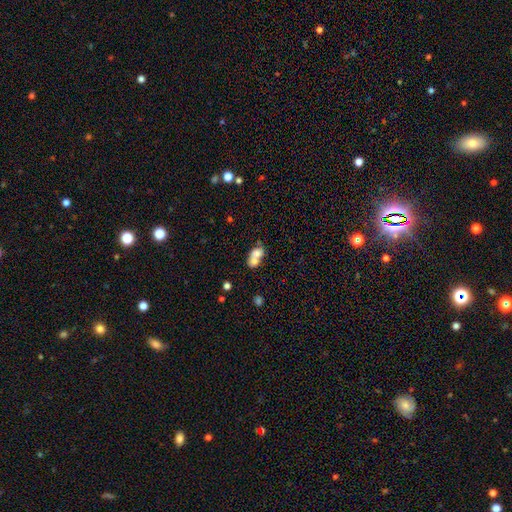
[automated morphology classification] Q: Smooth or featured?
A: smooth (67%); runner-up: featured or disk (24%)
Q: How rounded?
A: in between (66%); runner-up: round (32%)
Q: Merging?
A: merger (72%); runner-up: none (17%)